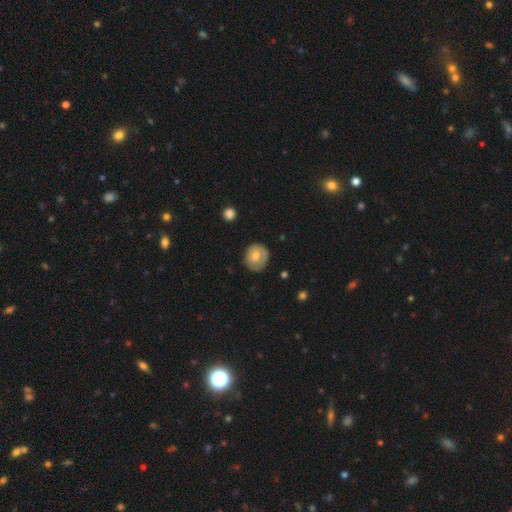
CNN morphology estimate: A smooth galaxy with no disk features (68%) that is round (82%).

Vote fractions:
- Smooth or featured? smooth: 68% / featured or disk: 24% / star or artifact: 7%
- How rounded? round: 82% / in between: 17% / cigar-shaped: 1%
- Merging? none: 73% / minor disturbance: 20% / major disturbance: 5% / merger: 1%